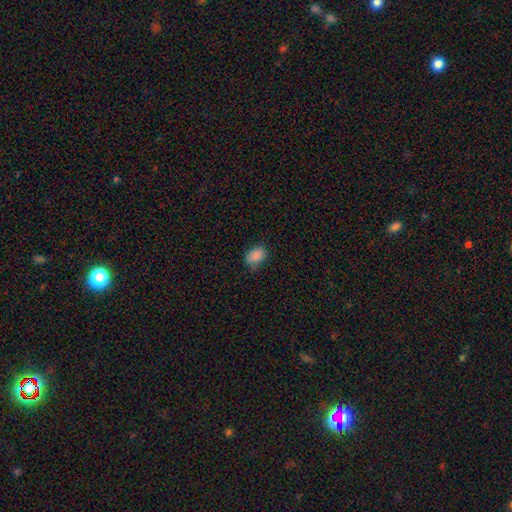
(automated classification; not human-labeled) Smooth or featured? smooth (86%)
How rounded? in between (82%)
Merging? none (68%)